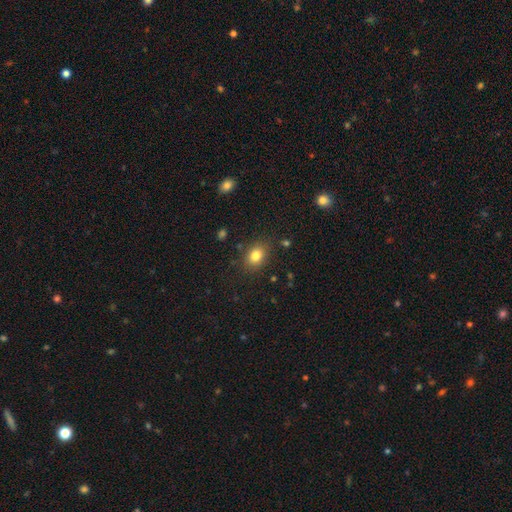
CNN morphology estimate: smooth-or-featured: smooth: 81% | star or artifact: 11% | featured or disk: 8%
  how-rounded: in between: 66% | round: 33% | cigar-shaped: 1%
  merging: none: 83% | minor disturbance: 12% | major disturbance: 4% | merger: 2%